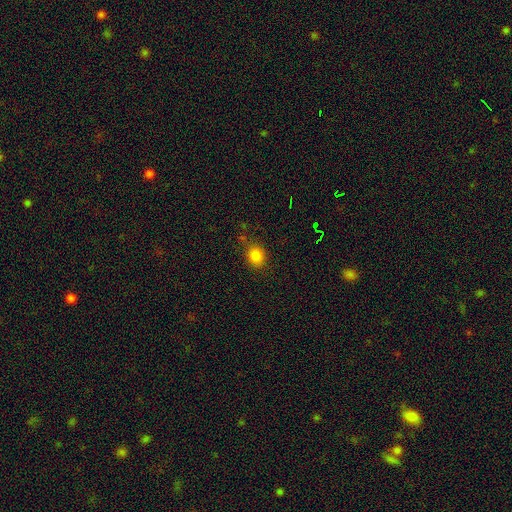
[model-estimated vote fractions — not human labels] smooth 82%, star or artifact 13%, featured or disk 5%. Down the decision tree: how rounded — round (66%); merging — none (80%).